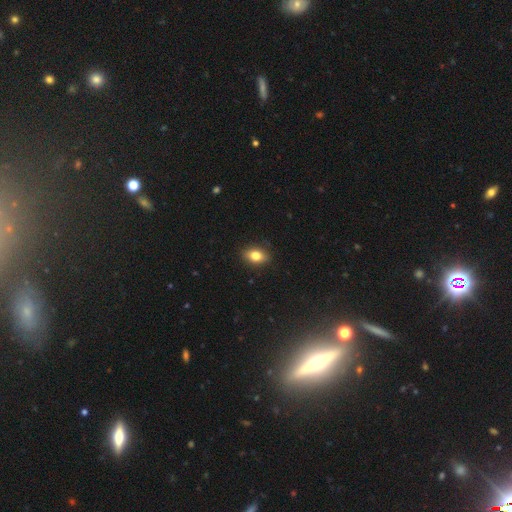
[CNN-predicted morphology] smooth_or_featured: smooth (p=0.80) [alt: featured or disk p=0.11]
how_rounded: in between (p=0.78) [alt: round p=0.20]
merging: none (p=0.88) [alt: minor disturbance p=0.09]